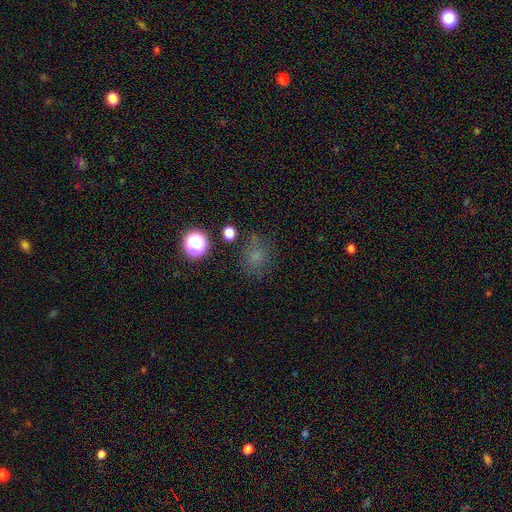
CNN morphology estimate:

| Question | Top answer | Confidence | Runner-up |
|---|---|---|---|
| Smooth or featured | smooth | 63% | star or artifact (25%) |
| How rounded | round | 74% | in between (24%) |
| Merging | none | 68% | minor disturbance (18%) |